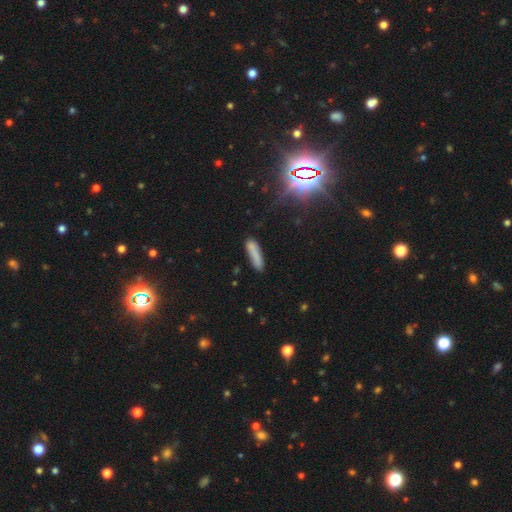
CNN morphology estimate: smooth 82%, featured or disk 10%, star or artifact 8%. Down the decision tree: how rounded — cigar-shaped (80%); merging — none (80%).